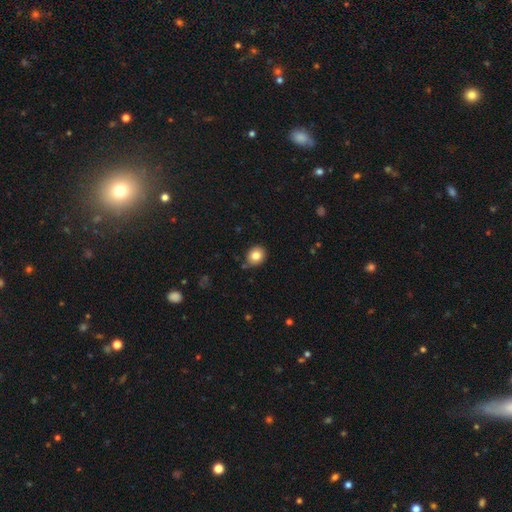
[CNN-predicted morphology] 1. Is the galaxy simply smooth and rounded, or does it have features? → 81% smooth, 10% star or artifact, 9% featured or disk.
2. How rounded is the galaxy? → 73% round, 27% in between, 1% cigar-shaped.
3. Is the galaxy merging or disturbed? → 82% none, 12% minor disturbance, 3% merger, 2% major disturbance.